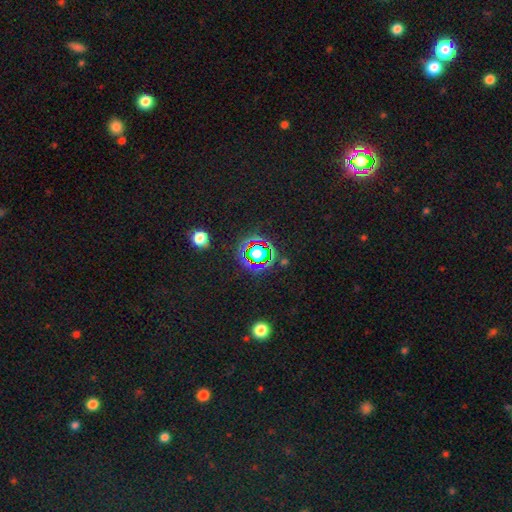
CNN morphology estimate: type=star or artifact (76%).